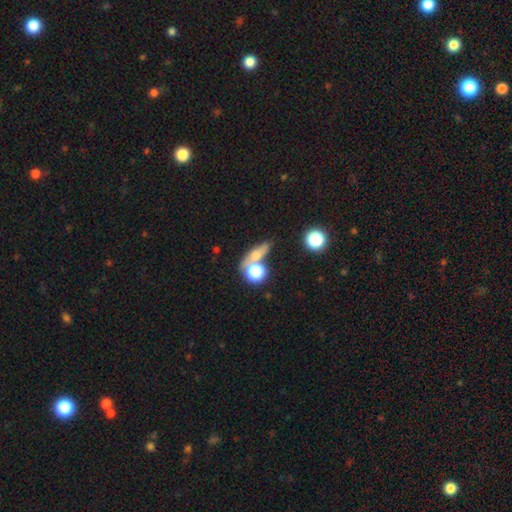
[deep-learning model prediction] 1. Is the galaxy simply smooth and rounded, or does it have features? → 59% smooth, 26% featured or disk, 15% star or artifact.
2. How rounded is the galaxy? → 39% round, 36% in between, 25% cigar-shaped.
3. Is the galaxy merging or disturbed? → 45% none, 35% merger, 12% minor disturbance, 8% major disturbance.